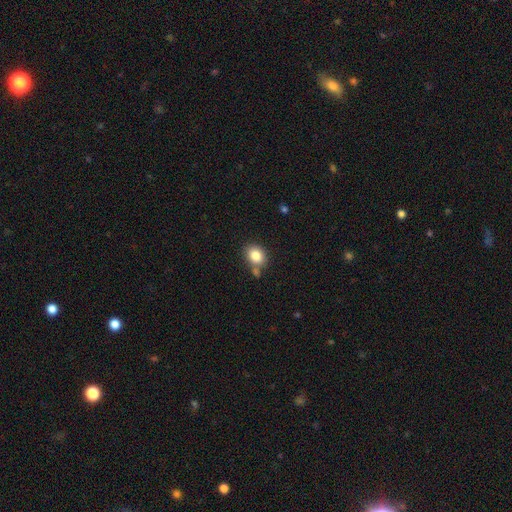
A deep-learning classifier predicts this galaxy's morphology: Smooth or featured? smooth (83%)
How rounded? in between (51%)
Merging? none (66%)